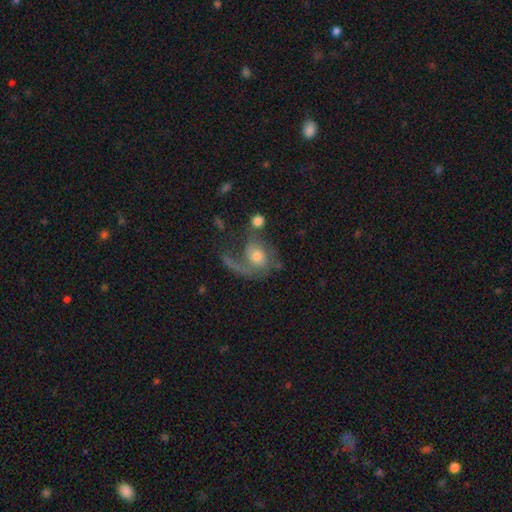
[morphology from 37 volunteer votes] Q: Smooth or featured?
A: featured or disk (62%); runner-up: smooth (35%)
Q: Edge-on disk?
A: no (96%); runner-up: yes (4%)
Q: Bar?
A: no (50%); runner-up: weak (36%)
Q: Spiral arms?
A: yes (91%); runner-up: no (9%)
Q: Spiral winding?
A: loose (45%); runner-up: medium (40%)
Q: Spiral arm count?
A: 1 (80%); runner-up: 2 (10%)
Q: Bulge size?
A: moderate (64%); runner-up: small (14%)
Q: Merging?
A: major disturbance (42%); runner-up: minor disturbance (31%)